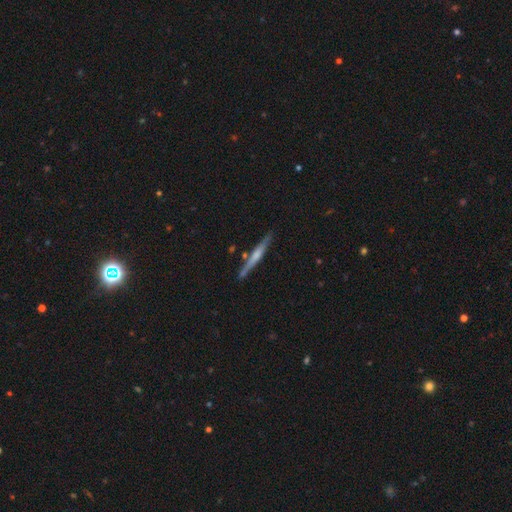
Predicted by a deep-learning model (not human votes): The model was most divided on "edge-on bulge": rounded: 47%, none: 39%, boxy: 14%. More confident: edge-on disk — yes (96%); merging — none (81%); smooth or featured — featured or disk (57%).